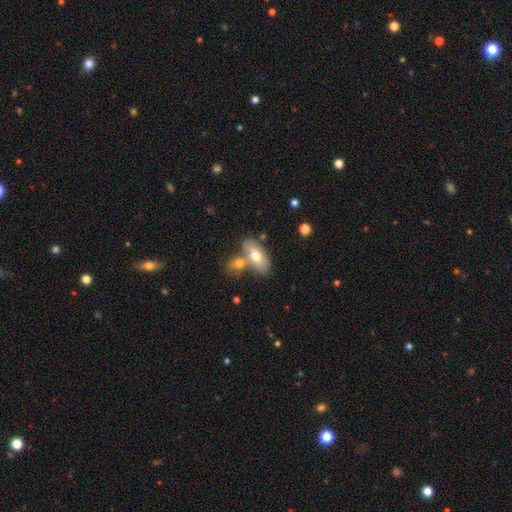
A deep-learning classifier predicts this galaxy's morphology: Smooth or featured?
  - smooth: 65% *
  - featured or disk: 29%
  - star or artifact: 6%
How rounded?
  - in between: 89% *
  - cigar-shaped: 6%
  - round: 4%
Merging?
  - none: 51% *
  - merger: 34%
  - minor disturbance: 12%
  - major disturbance: 4%